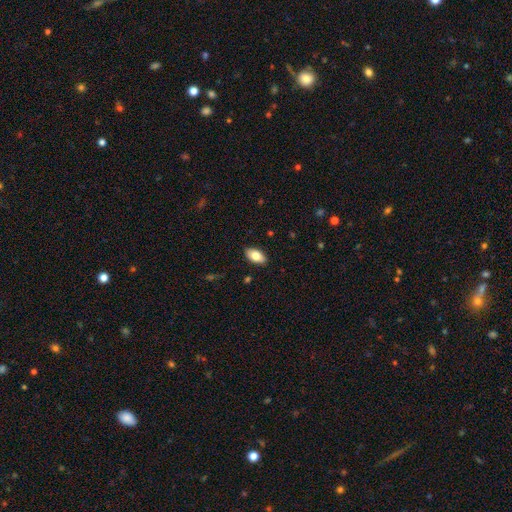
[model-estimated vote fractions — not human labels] Overall: smooth (80%). How rounded: in between (93%). Merging: none (89%).